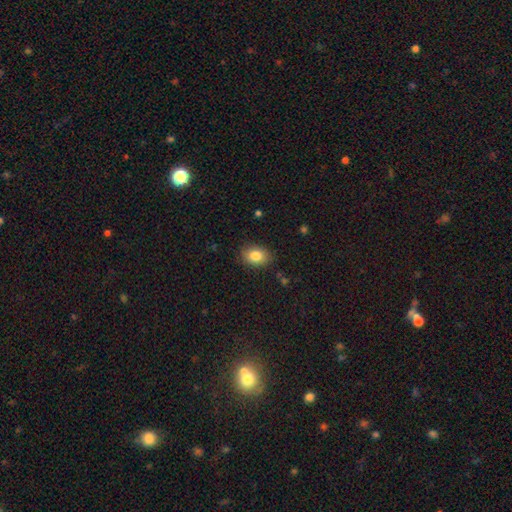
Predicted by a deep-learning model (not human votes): smooth 83%, star or artifact 9%, featured or disk 8%. Down the decision tree: how rounded — in between (75%); merging — none (85%).